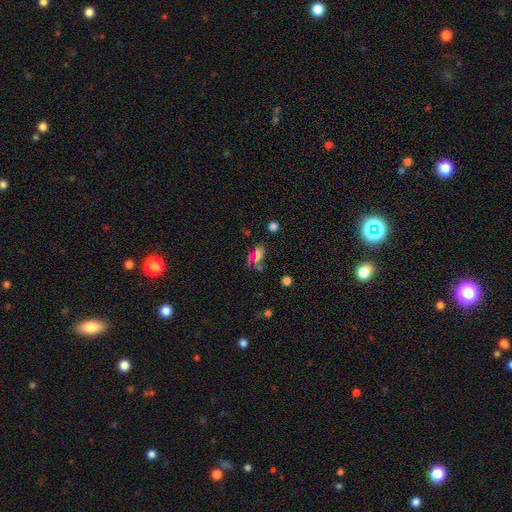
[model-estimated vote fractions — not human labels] The model was most divided on "merging": none: 56%, minor disturbance: 19%, merger: 14%, major disturbance: 11%. More confident: how rounded — in between (77%); smooth or featured — smooth (59%).